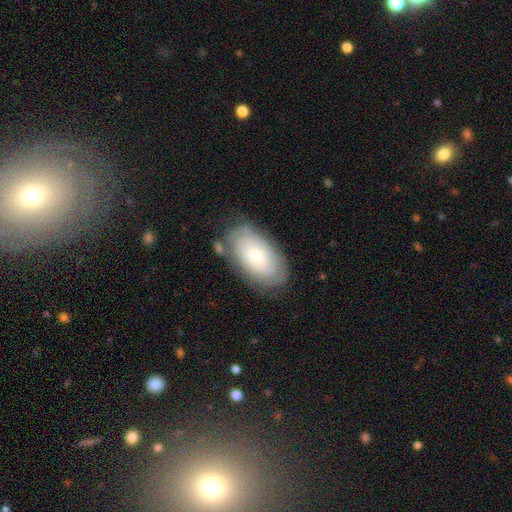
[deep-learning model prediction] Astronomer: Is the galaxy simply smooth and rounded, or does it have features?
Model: smooth — 50% (runner-up: featured or disk, 43%).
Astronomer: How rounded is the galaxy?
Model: in between — 94%.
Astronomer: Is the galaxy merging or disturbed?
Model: none — 73%.